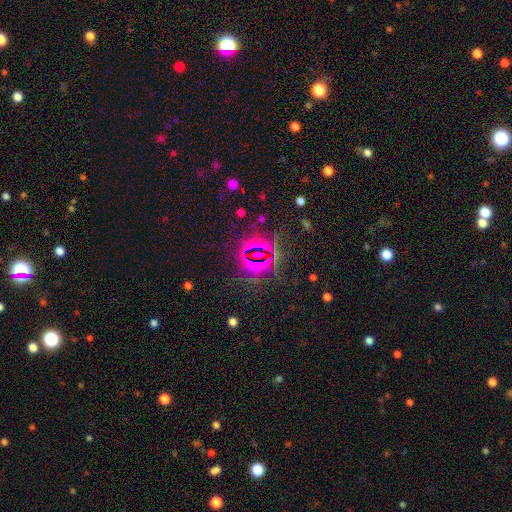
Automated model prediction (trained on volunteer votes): Morphology: type=star or artifact (77%).